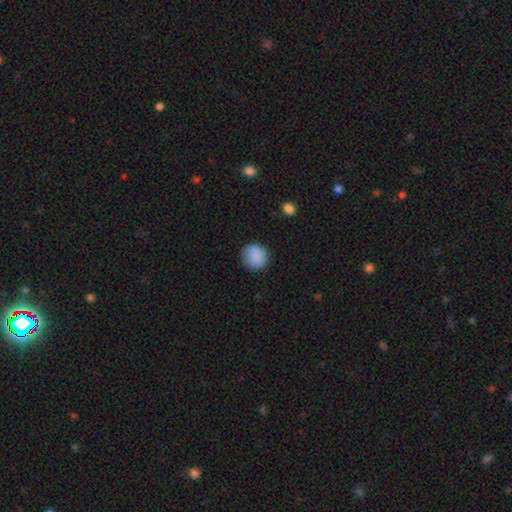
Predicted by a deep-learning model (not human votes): Morphology: type=smooth (87%); roundness=round (88%); merging=none (82%).